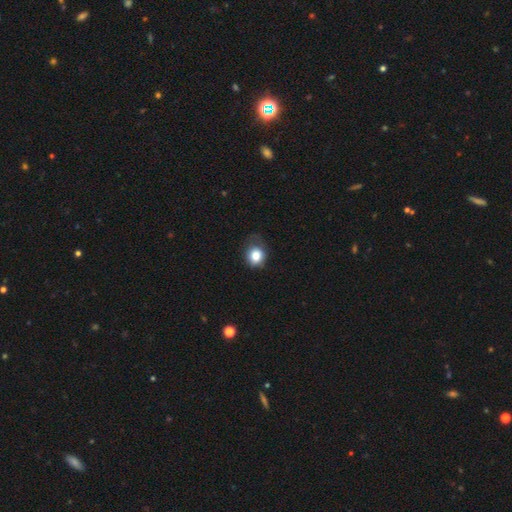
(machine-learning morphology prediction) Smooth or featured? Predicted: smooth (p=0.83). How rounded? Predicted: round (p=0.72). Merging? Predicted: none (p=0.57).